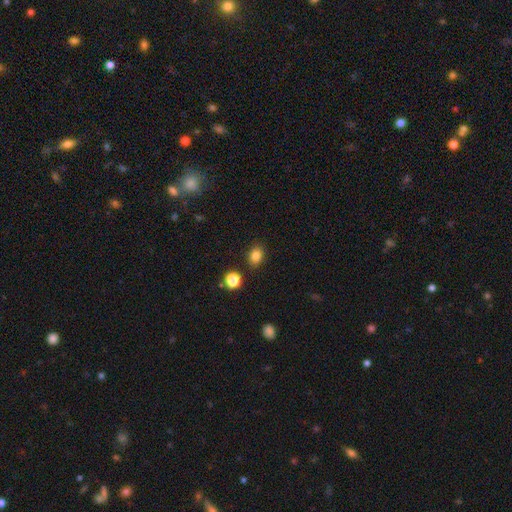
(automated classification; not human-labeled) A smooth galaxy with no disk features (83%) that is in between round and cigar-shaped (60%).

Vote fractions:
- Smooth or featured? smooth: 83% / star or artifact: 12% / featured or disk: 5%
- How rounded? in between: 60% / round: 39% / cigar-shaped: 1%
- Merging? none: 85% / minor disturbance: 10% / major disturbance: 3% / merger: 3%